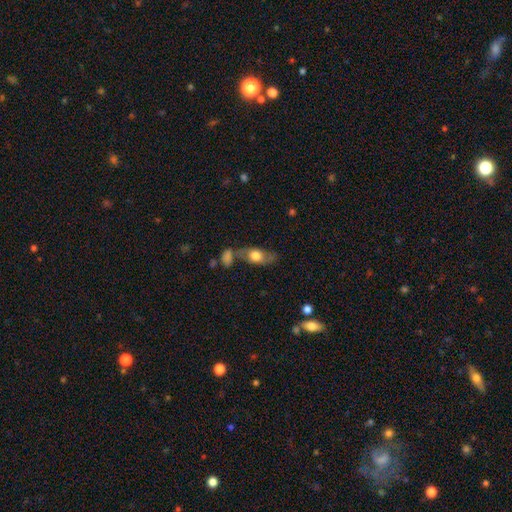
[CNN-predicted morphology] smooth 61%, featured or disk 32%, star or artifact 7%. Down the decision tree: how rounded — in between (79%); merging — none (53%).